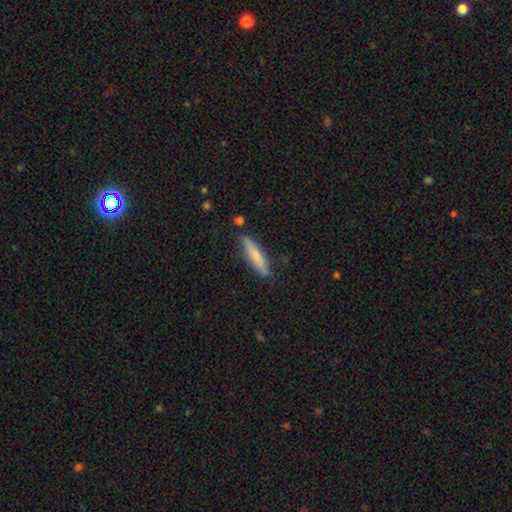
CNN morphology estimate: This appears to be a smooth galaxy with no disk features (70%) that is cigar-shaped (88%). Merging: none (82%).